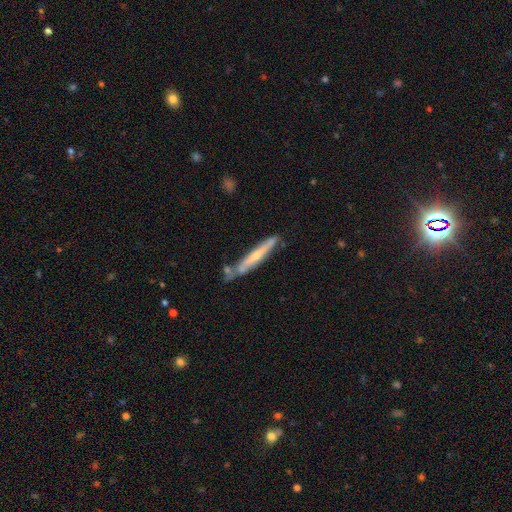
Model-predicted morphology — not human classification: Smooth or featured?
  - featured or disk: 52% *
  - smooth: 42%
  - star or artifact: 6%
Edge-on disk?
  - yes: 88% *
  - no: 12%
Merging?
  - none: 65% *
  - minor disturbance: 19%
  - merger: 11%
  - major disturbance: 4%